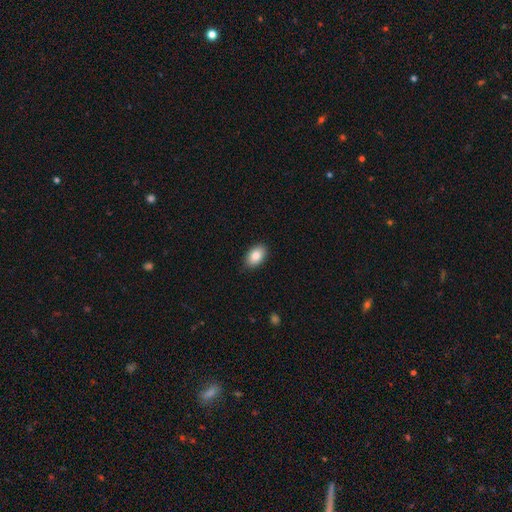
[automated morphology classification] type=smooth (86%); roundness=in between (90%); merging=none (88%).